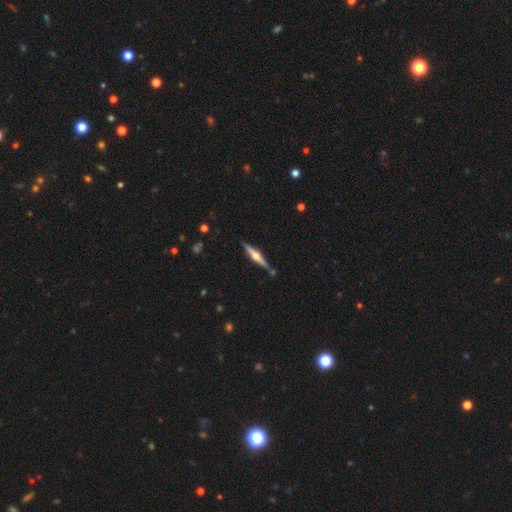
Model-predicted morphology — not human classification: smooth-or-featured: featured or disk: 73% | smooth: 22% | star or artifact: 5%
  disk-edge-on: yes: 98% | no: 2%
    edge-on-bulge: rounded: 89% | boxy: 7% | none: 4%
  merging: none: 84% | minor disturbance: 10% | merger: 4% | major disturbance: 2%